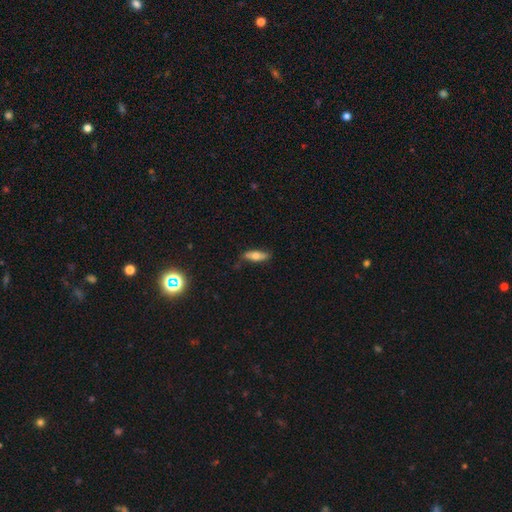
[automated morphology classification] This appears to be a smooth galaxy with no disk features (63%) that is in between round and cigar-shaped (52%). Merging: none (74%).